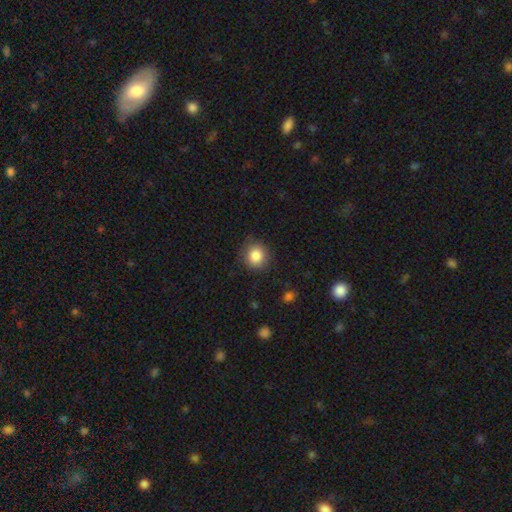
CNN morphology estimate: Smooth or featured: smooth — 85% (star or artifact — 10%)
How rounded: round — 89% (in between — 10%)
Merging: none — 85% (minor disturbance — 11%)